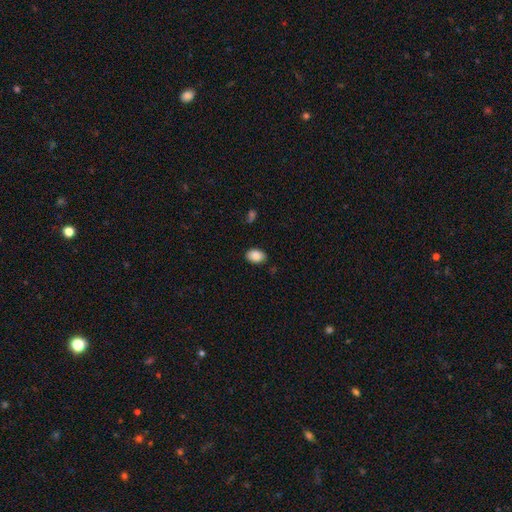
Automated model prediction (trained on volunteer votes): Smooth or featured? Predicted: smooth (p=0.89). How rounded? Predicted: in between (p=0.84). Merging? Predicted: none (p=0.85).